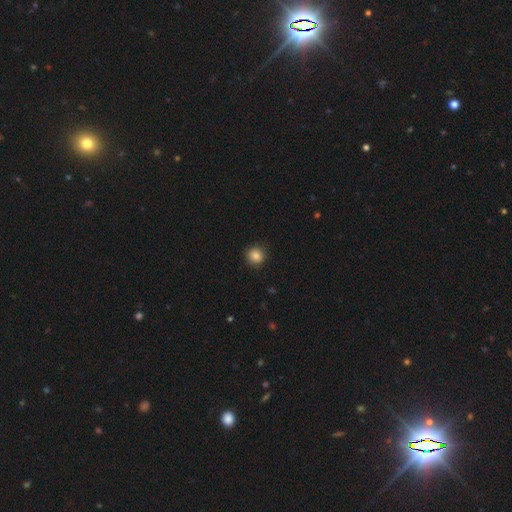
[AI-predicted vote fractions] Overall: smooth (83%). How rounded: round (93%). Merging: none (90%).